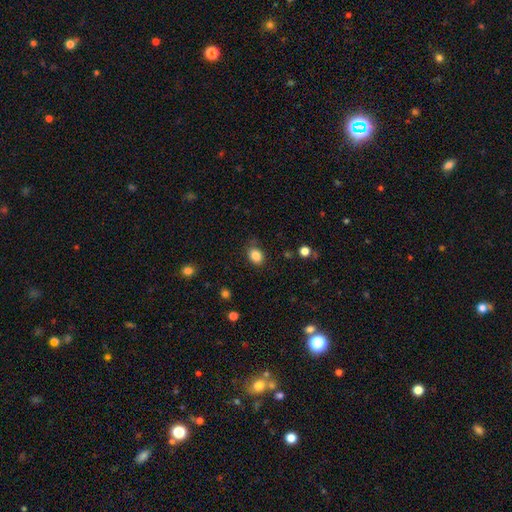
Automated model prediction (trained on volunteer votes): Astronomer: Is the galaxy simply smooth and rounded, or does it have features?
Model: smooth — 85%.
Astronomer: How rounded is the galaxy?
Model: in between — 60% (runner-up: round, 39%).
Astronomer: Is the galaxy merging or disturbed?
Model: none — 77%.